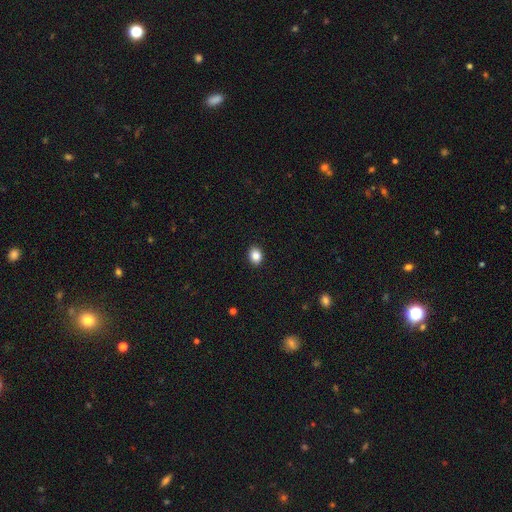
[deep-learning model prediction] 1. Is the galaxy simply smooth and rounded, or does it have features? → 87% smooth, 9% star or artifact, 4% featured or disk.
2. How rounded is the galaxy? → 55% in between, 44% round, 1% cigar-shaped.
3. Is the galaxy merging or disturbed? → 91% none, 6% minor disturbance, 2% major disturbance, 1% merger.